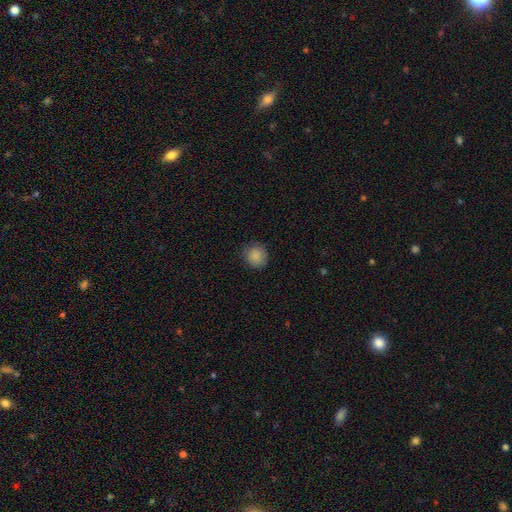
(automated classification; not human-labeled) This appears to be a smooth galaxy with no disk features (87%) that is round (85%). Merging: none (85%).